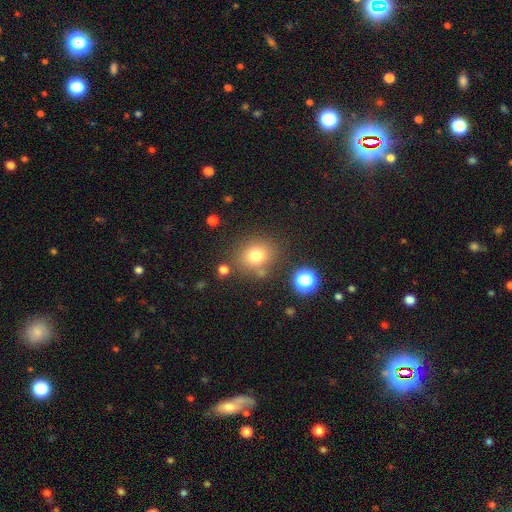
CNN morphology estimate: Smooth or featured: smooth — 77% (star or artifact — 14%)
How rounded: round — 70% (in between — 29%)
Merging: none — 76% (minor disturbance — 12%)